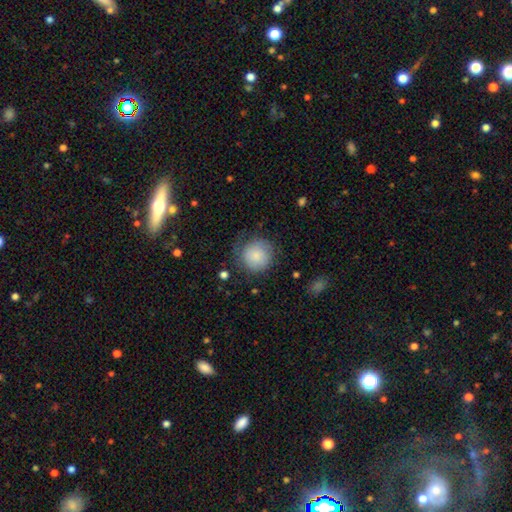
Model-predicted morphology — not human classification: Smooth or featured? Predicted: smooth (p=0.77). How rounded? Predicted: round (p=0.92). Merging? Predicted: none (p=0.63).